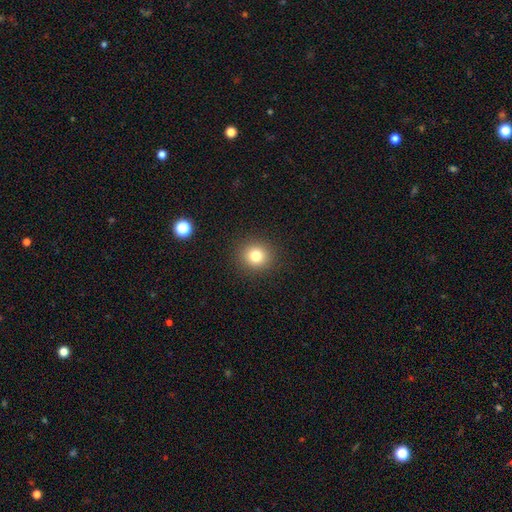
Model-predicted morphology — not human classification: This appears to be a smooth galaxy with no disk features (81%) that is round (89%). Merging: none (91%).